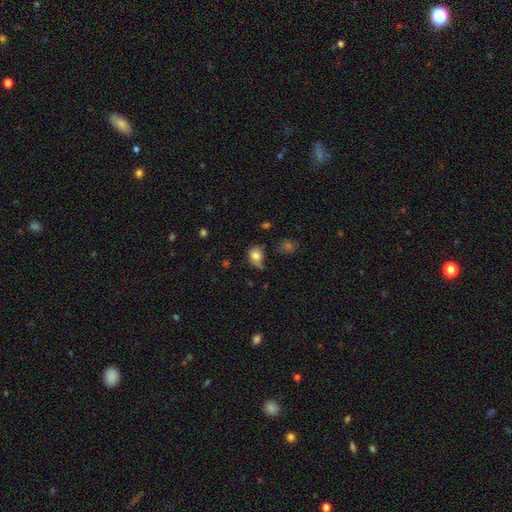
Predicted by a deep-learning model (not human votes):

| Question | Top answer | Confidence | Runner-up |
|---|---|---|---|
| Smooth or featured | smooth | 80% | featured or disk (10%) |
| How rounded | round | 59% | in between (39%) |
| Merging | none | 39% | minor disturbance (37%) |